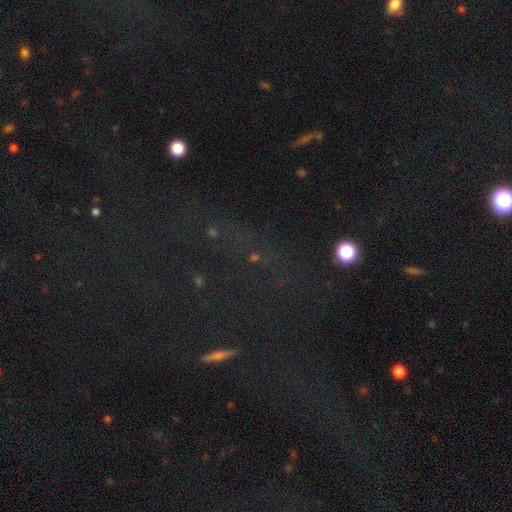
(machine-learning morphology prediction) Smooth or featured? star or artifact (67%)